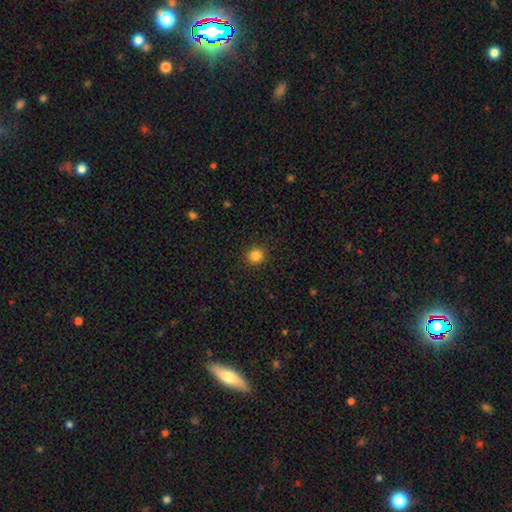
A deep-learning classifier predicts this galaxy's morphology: smooth-or-featured: smooth: 84% | star or artifact: 12% | featured or disk: 4%
  how-rounded: round: 88% | in between: 11% | cigar-shaped: 1%
  merging: none: 91% | minor disturbance: 6% | major disturbance: 2% | merger: 1%